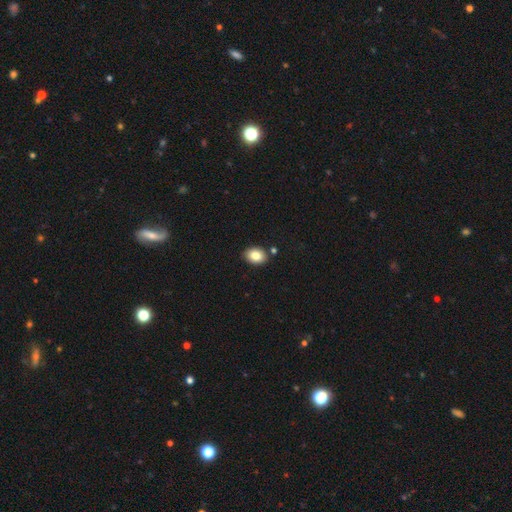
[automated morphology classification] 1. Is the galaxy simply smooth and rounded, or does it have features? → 84% smooth, 8% star or artifact, 7% featured or disk.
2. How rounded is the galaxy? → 74% in between, 25% round, 1% cigar-shaped.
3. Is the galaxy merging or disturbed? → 85% none, 9% minor disturbance, 4% merger, 2% major disturbance.